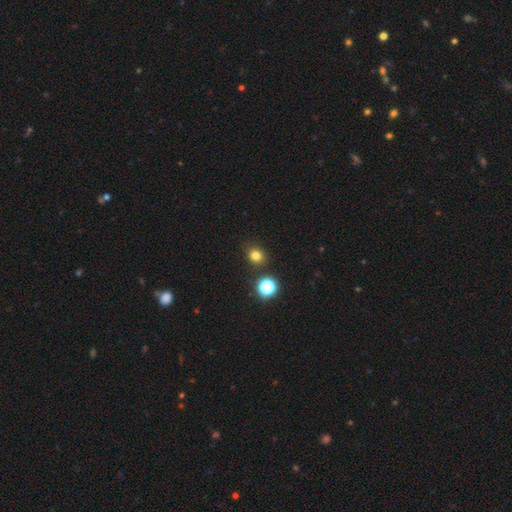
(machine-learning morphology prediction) Smooth or featured? smooth (78%)
How rounded? round (74%)
Merging? none (85%)